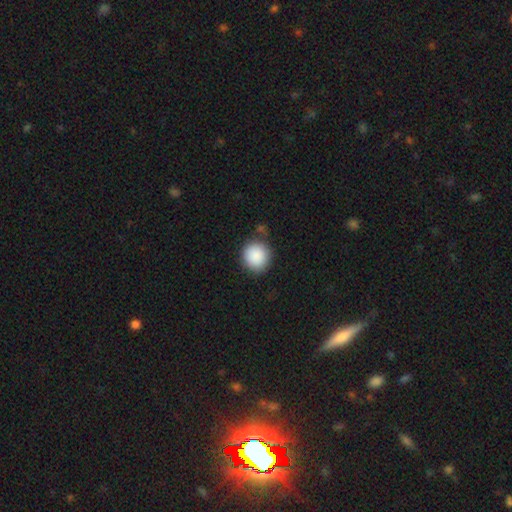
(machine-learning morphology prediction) Q: Smooth or featured?
A: smooth (89%); runner-up: star or artifact (7%)
Q: How rounded?
A: round (90%); runner-up: in between (9%)
Q: Merging?
A: none (81%); runner-up: minor disturbance (11%)